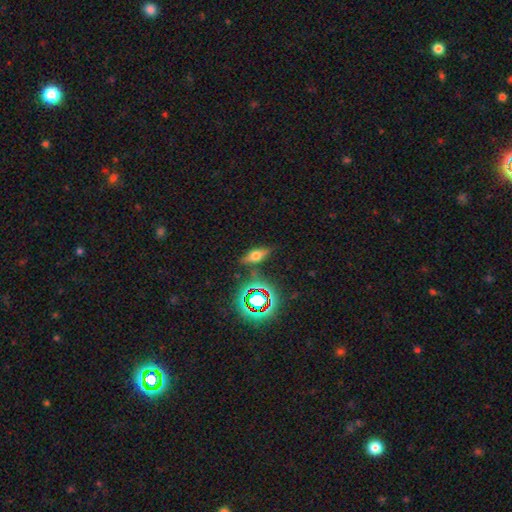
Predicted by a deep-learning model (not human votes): smooth-or-featured: smooth: 52% | featured or disk: 26% | star or artifact: 21%
  how-rounded: in between: 66% | cigar-shaped: 26% | round: 8%
  merging: none: 77% | minor disturbance: 14% | major disturbance: 4% | merger: 4%